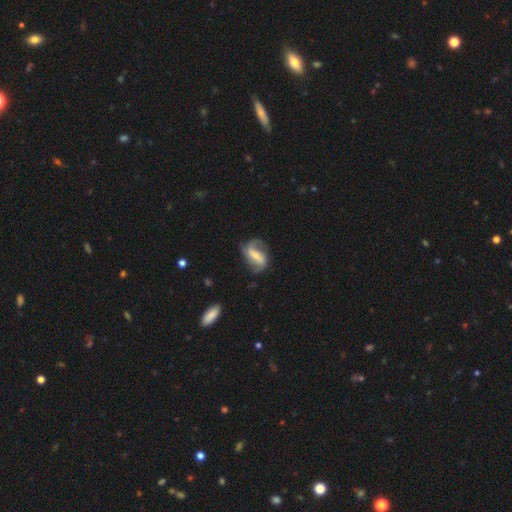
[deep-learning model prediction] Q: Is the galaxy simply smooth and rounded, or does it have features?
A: featured or disk — 73%.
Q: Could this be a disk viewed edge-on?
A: no — 96%.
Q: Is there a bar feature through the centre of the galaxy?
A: strong — 46%.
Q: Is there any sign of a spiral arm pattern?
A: yes — 90%.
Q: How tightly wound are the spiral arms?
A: loose — 50%.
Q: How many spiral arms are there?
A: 2 — 81%.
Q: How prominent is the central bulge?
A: small — 40%.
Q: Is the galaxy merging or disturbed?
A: none — 61%.